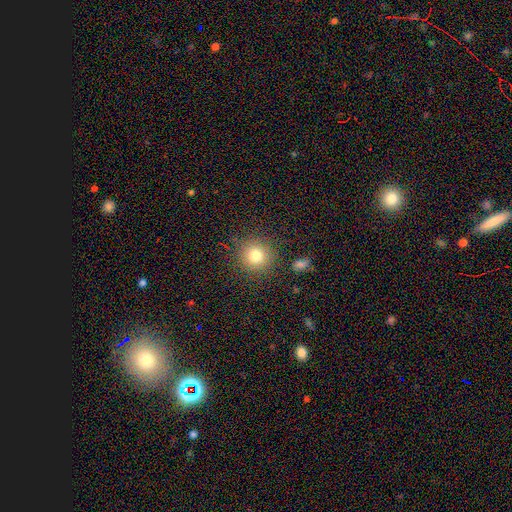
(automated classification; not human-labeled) smooth_or_featured: smooth (p=0.79) [alt: star or artifact p=0.13]
how_rounded: round (p=0.93) [alt: in between p=0.06]
merging: none (p=0.86) [alt: minor disturbance p=0.08]